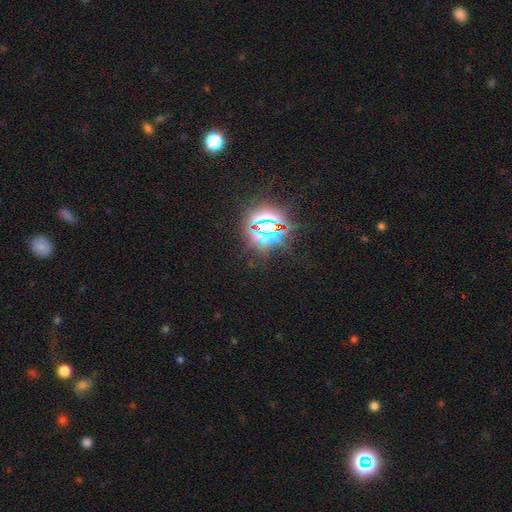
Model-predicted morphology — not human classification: Smooth or featured: star or artifact — 80% (smooth — 15%)